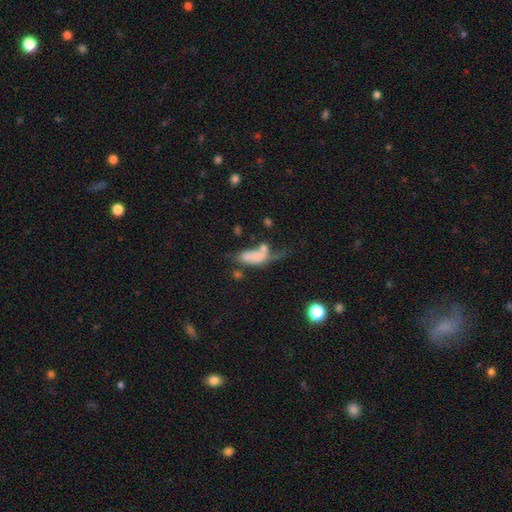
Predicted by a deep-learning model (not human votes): Smooth or featured?
  - smooth: 62% *
  - featured or disk: 26%
  - star or artifact: 12%
How rounded?
  - in between: 81% *
  - cigar-shaped: 13%
  - round: 6%
Merging?
  - major disturbance: 34% *
  - merger: 31%
  - none: 18%
  - minor disturbance: 17%